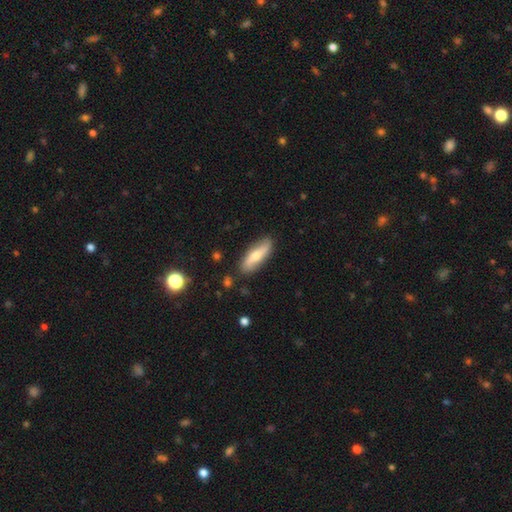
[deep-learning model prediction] Morphology: type=smooth (55%); roundness=cigar-shaped (49%); merging=none (84%).